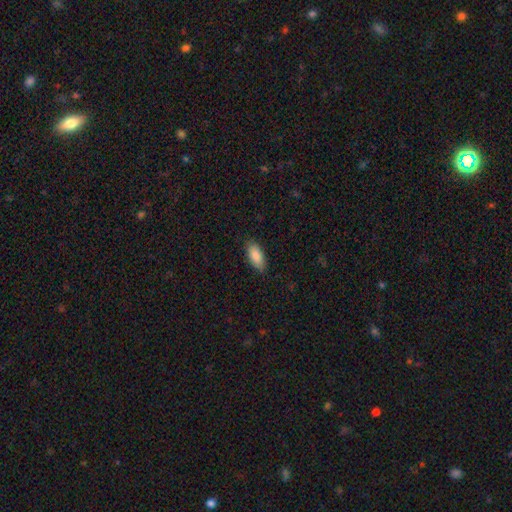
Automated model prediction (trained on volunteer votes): Overall: smooth (88%). How rounded: in between (87%). Merging: none (83%).